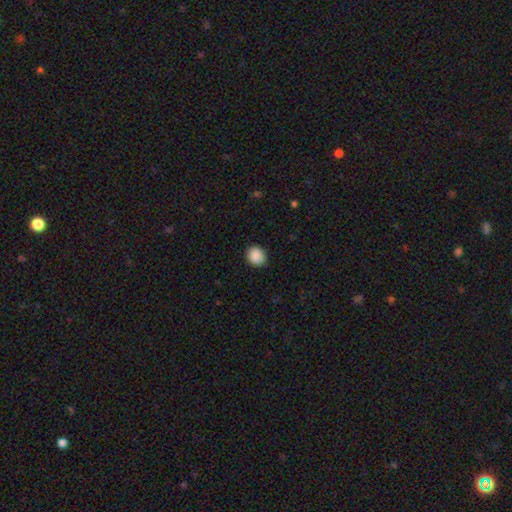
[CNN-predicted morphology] Overall: smooth (89%). How rounded: round (83%). Merging: none (90%).